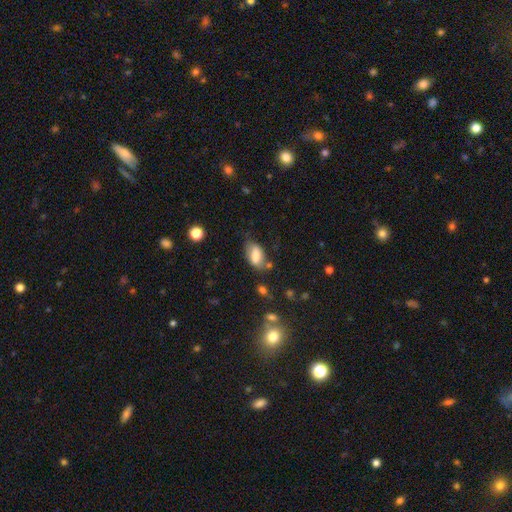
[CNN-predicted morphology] This is likely a smooth galaxy (74%). How rounded: clearly in between (90%). Merging: possibly none (56%).